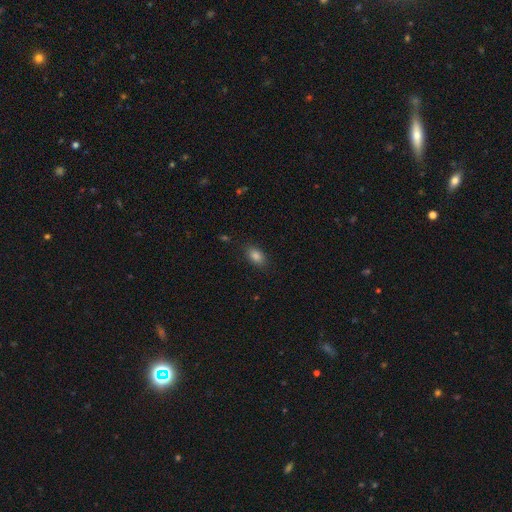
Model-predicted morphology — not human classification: Smooth or featured? Predicted: smooth (p=0.85). How rounded? Predicted: in between (p=0.87). Merging? Predicted: none (p=0.85).